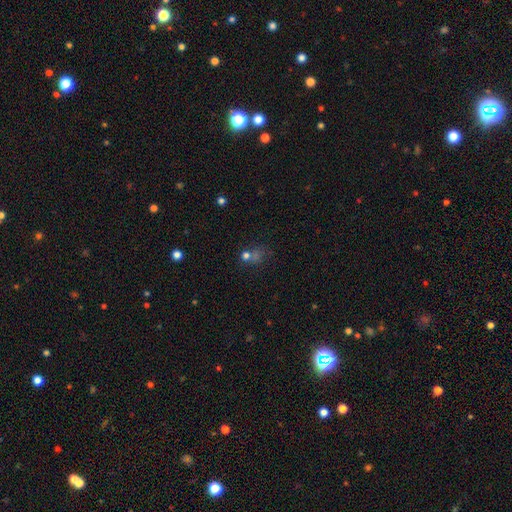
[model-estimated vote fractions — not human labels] The model was most divided on "smooth or featured": smooth: 48%, star or artifact: 38%, featured or disk: 15%. Remaining: merging — none (49%).